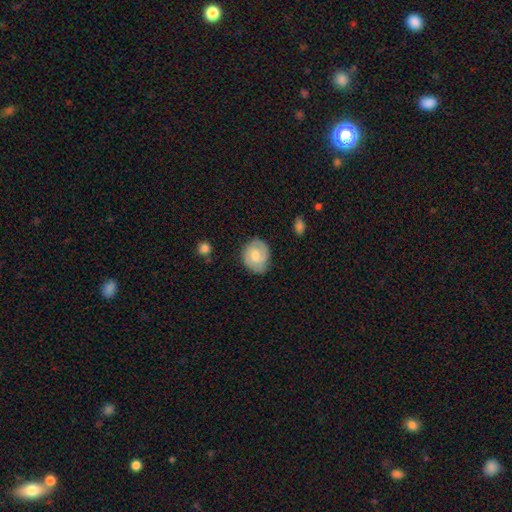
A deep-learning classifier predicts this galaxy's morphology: A featured or disk galaxy (57%) with no bar (48%), spiral arms (88%) and a moderate central bulge (50%). Merging: none (73%).